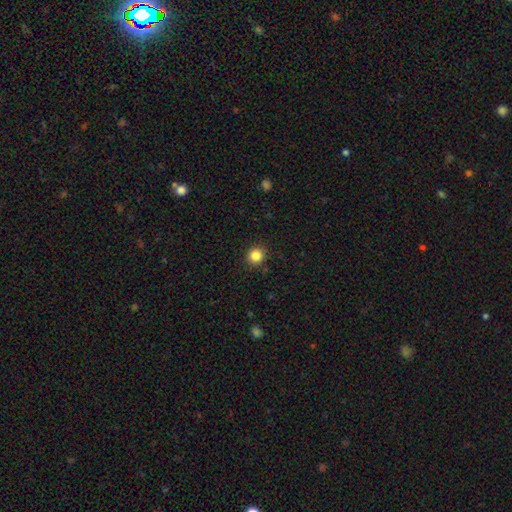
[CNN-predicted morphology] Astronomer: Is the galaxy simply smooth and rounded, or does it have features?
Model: smooth — 85%.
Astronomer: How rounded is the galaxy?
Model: round — 91%.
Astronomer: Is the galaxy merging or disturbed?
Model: none — 91%.